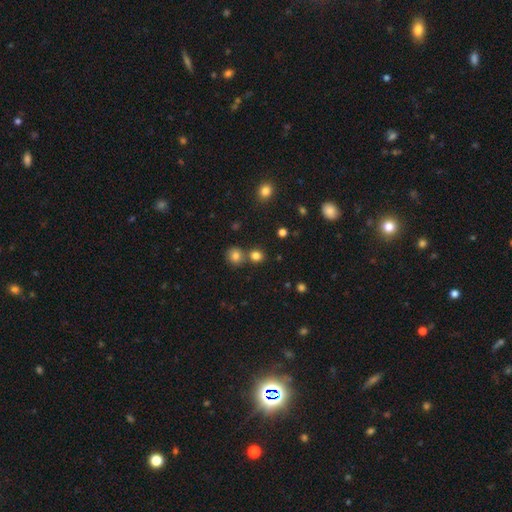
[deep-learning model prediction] This appears to be a smooth galaxy with no disk features (80%) that is round (80%). Merging: none (67%).